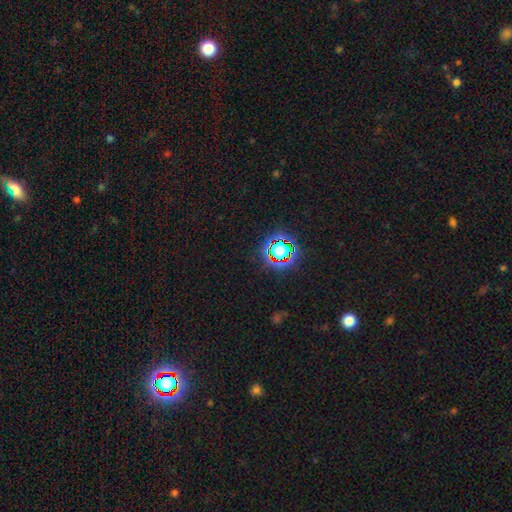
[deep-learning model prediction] Smooth or featured? Predicted: star or artifact (p=0.75).